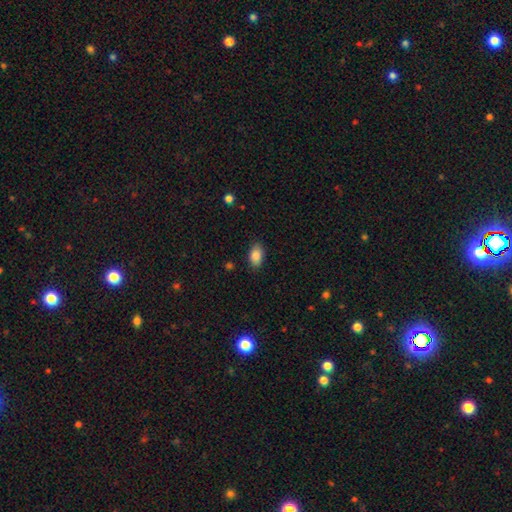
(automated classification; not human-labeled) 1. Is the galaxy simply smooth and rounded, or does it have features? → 86% smooth, 8% star or artifact, 6% featured or disk.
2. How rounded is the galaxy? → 91% in between, 7% round, 2% cigar-shaped.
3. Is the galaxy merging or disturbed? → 87% none, 10% minor disturbance, 2% major disturbance, 1% merger.